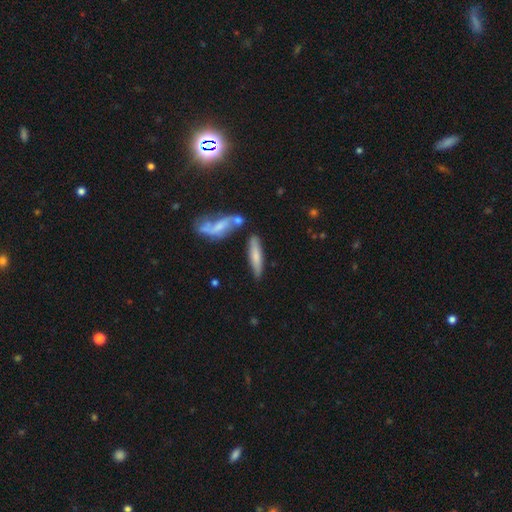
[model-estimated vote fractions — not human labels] The model was most divided on "smooth or featured": smooth: 64%, featured or disk: 30%, star or artifact: 7%. More confident: how rounded — cigar-shaped (82%); merging — none (66%).